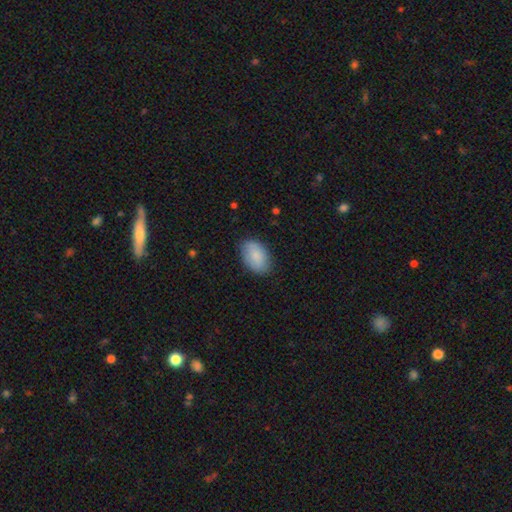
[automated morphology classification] The model was most divided on "merging": none: 81%, minor disturbance: 15%, major disturbance: 3%, merger: 1%. More confident: how rounded — in between (91%); smooth or featured — smooth (85%).